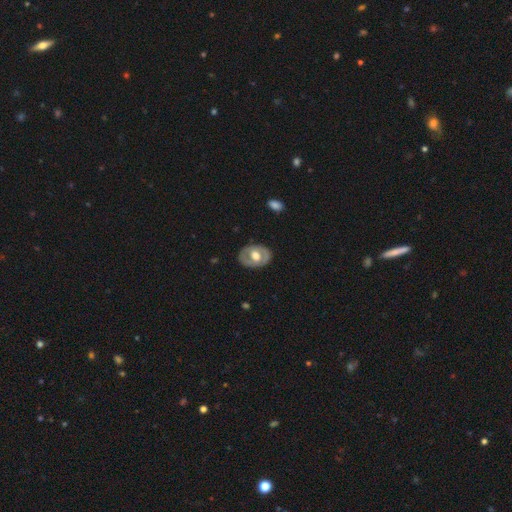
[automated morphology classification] This is possibly a featured or disk galaxy (56%). It is clearly not viewed edge-on (93%). Bar: likely no (67%). Spiral arm pattern: likely no (72%). Central bulge: possibly moderate (56%). Merging: likely none (79%).